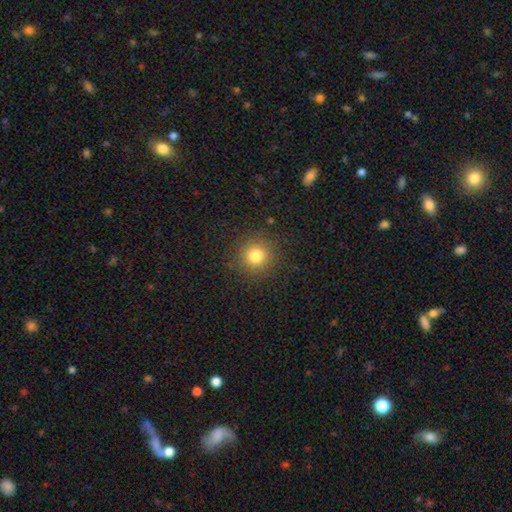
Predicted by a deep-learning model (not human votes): Smooth or featured? smooth (79%)
How rounded? round (93%)
Merging? none (88%)